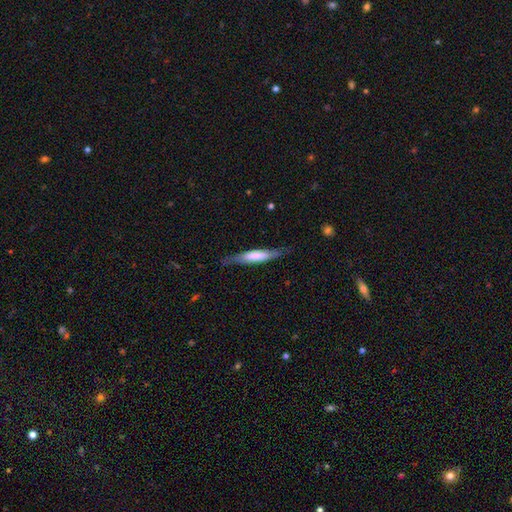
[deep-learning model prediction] Smooth or featured? smooth (53%)
How rounded? cigar-shaped (85%)
Merging? none (77%)